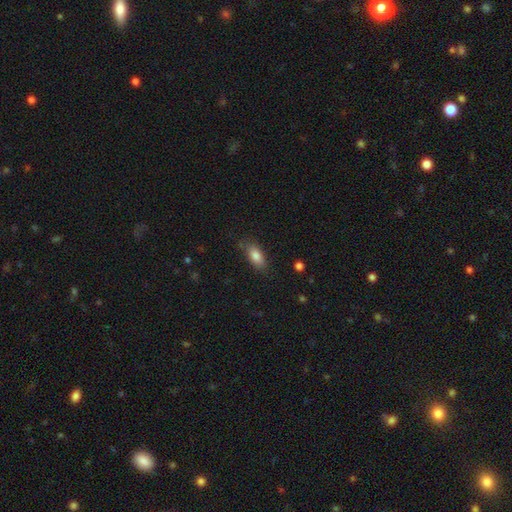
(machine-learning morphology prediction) smooth-or-featured: smooth: 84% | featured or disk: 9% | star or artifact: 8%
  how-rounded: in between: 85% | cigar-shaped: 12% | round: 3%
  merging: none: 79% | minor disturbance: 16% | major disturbance: 4% | merger: 2%